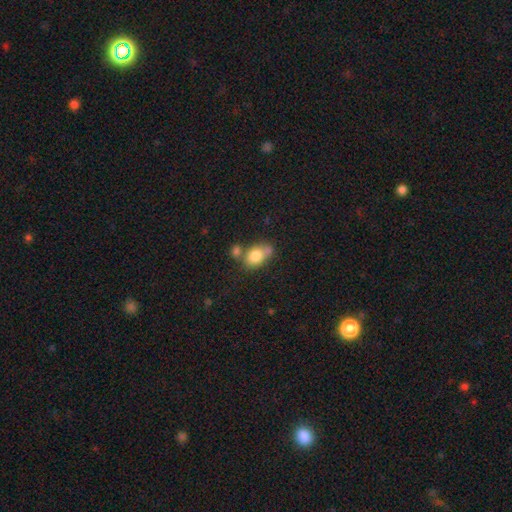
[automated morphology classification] smooth-or-featured: smooth: 79% | featured or disk: 12% | star or artifact: 8%
  how-rounded: in between: 73% | round: 25% | cigar-shaped: 2%
  merging: none: 42% | merger: 32% | minor disturbance: 19% | major disturbance: 7%